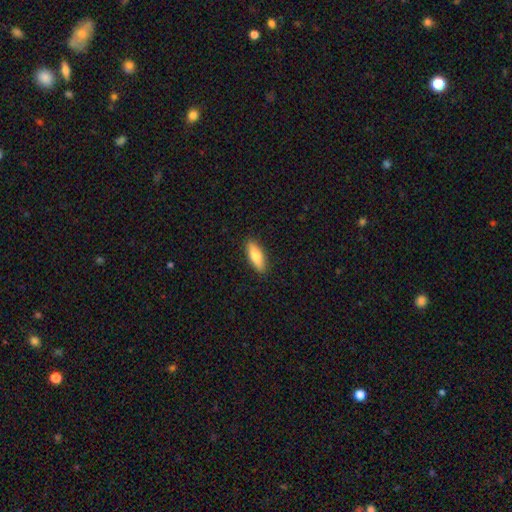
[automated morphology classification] This appears to be a smooth galaxy with no disk features (72%) that is in between round and cigar-shaped (54%). Merging: none (90%).